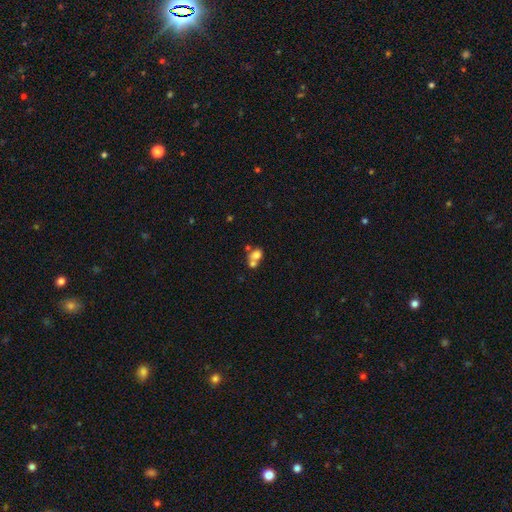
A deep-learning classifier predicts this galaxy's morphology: type=smooth (70%); roundness=in between (50%); merging=merger (59%).